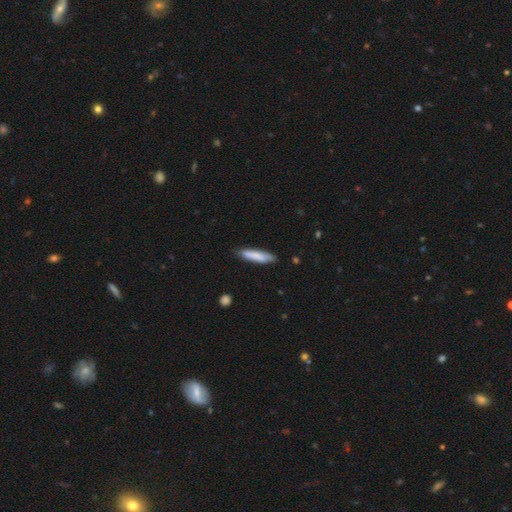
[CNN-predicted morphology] Q: Smooth or featured?
A: smooth (80%); runner-up: featured or disk (15%)
Q: How rounded?
A: cigar-shaped (83%); runner-up: in between (16%)
Q: Merging?
A: none (78%); runner-up: minor disturbance (18%)